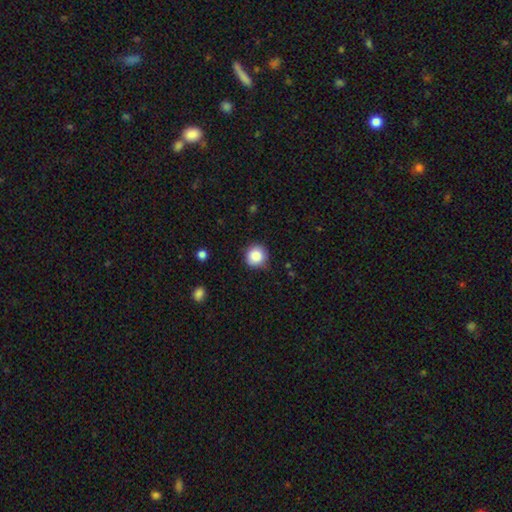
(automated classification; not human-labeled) Morphology: type=smooth (85%); roundness=round (93%); merging=none (86%).